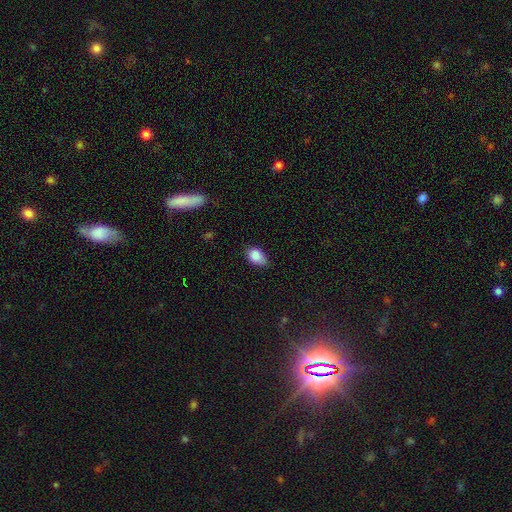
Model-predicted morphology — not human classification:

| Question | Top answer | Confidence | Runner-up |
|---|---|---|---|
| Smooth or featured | smooth | 86% | star or artifact (8%) |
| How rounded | in between | 85% | round (13%) |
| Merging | none | 61% | minor disturbance (33%) |